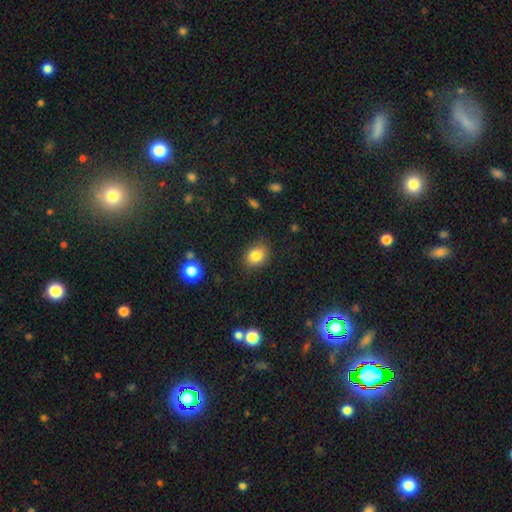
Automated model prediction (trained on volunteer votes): The model was most divided on "how rounded": round: 52%, in between: 47%, cigar-shaped: 1%. More confident: merging — none (85%); smooth or featured — smooth (82%).